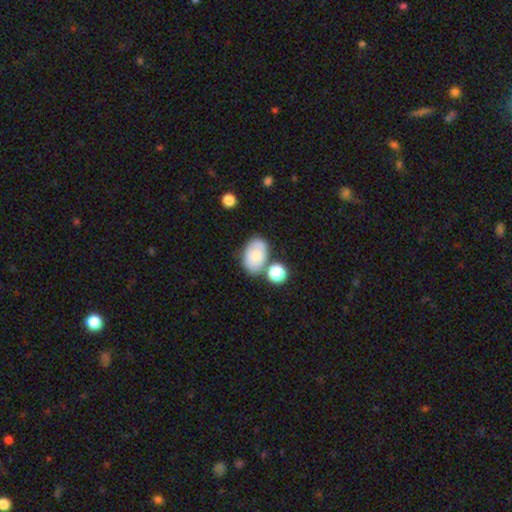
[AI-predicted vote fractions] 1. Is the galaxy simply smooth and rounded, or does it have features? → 72% smooth, 20% featured or disk, 8% star or artifact.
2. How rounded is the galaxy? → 86% in between, 13% round, 1% cigar-shaped.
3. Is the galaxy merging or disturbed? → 61% none, 18% minor disturbance, 16% merger, 5% major disturbance.